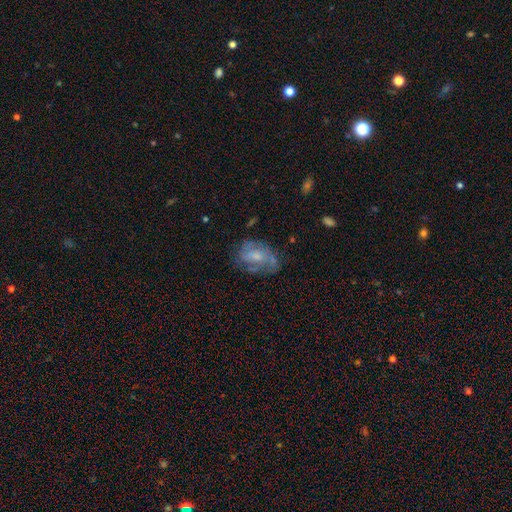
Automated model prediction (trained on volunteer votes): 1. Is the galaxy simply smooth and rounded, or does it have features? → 57% featured or disk, 35% smooth, 8% star or artifact.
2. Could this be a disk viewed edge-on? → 97% no, 3% yes.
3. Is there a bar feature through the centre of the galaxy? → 70% no, 26% weak, 4% strong.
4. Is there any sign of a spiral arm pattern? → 59% yes, 41% no.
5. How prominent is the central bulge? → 41% small, 38% moderate, 14% none, 6% large, 1% dominant.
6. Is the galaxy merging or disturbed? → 52% none, 25% minor disturbance, 18% major disturbance, 4% merger.